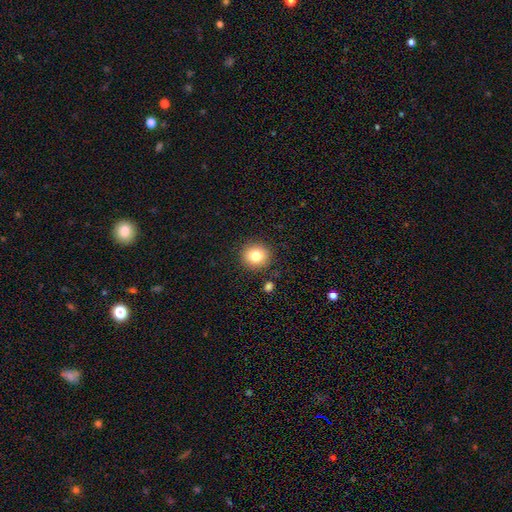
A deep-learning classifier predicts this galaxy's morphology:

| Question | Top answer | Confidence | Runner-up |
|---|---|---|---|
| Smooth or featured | smooth | 81% | star or artifact (10%) |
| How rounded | round | 89% | in between (10%) |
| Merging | none | 89% | minor disturbance (7%) |